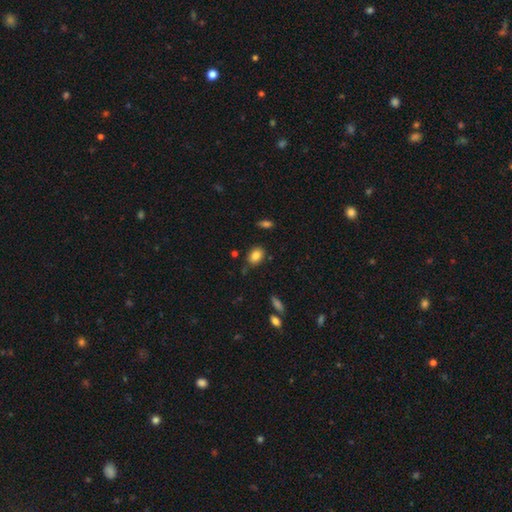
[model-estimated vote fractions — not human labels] A smooth galaxy with no disk features (83%) that is in between round and cigar-shaped (70%).

Vote fractions:
- Smooth or featured? smooth: 83% / star or artifact: 9% / featured or disk: 8%
- How rounded? in between: 70% / round: 29% / cigar-shaped: 1%
- Merging? none: 80% / minor disturbance: 14% / merger: 3% / major disturbance: 3%